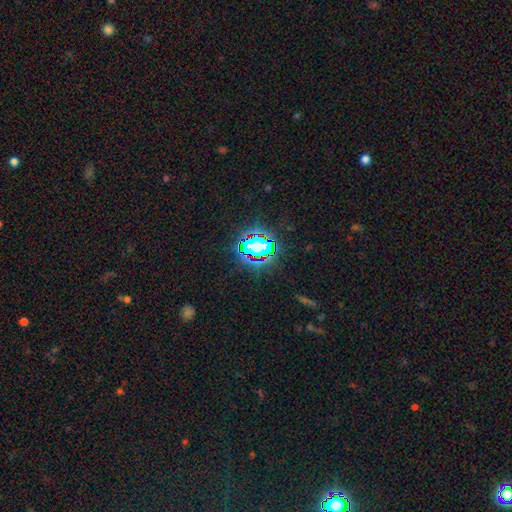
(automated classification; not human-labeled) Smooth or featured: star or artifact — 78% (smooth — 14%)